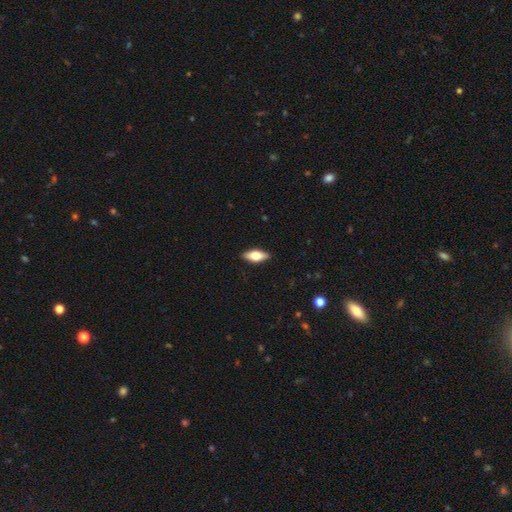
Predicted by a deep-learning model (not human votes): smooth-or-featured: smooth: 64% | featured or disk: 30% | star or artifact: 6%
  how-rounded: in between: 77% | cigar-shaped: 20% | round: 3%
  merging: none: 90% | minor disturbance: 8% | major disturbance: 2% | merger: 1%